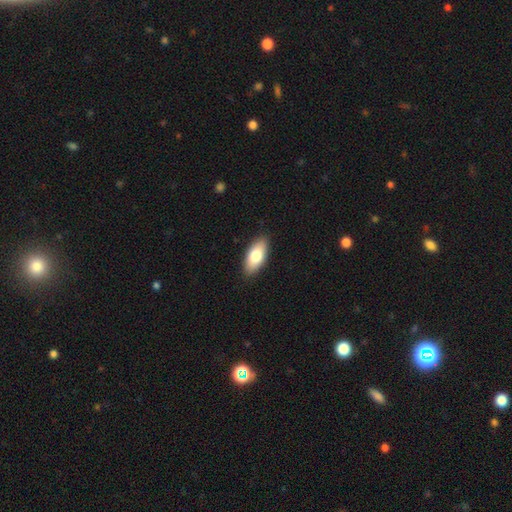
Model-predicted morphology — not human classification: The model was most divided on "smooth or featured": smooth: 78%, featured or disk: 16%, star or artifact: 6%. More confident: merging — none (89%); how rounded — in between (87%).